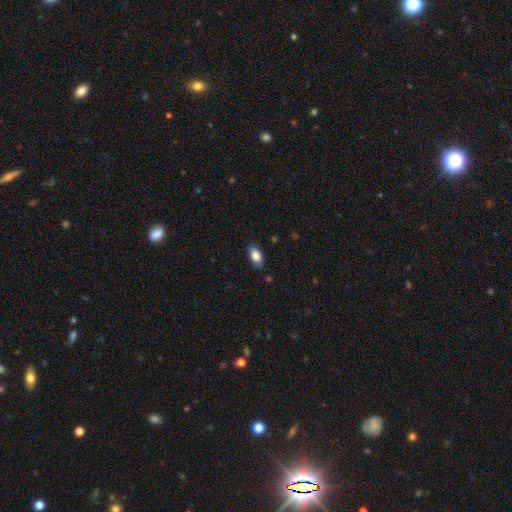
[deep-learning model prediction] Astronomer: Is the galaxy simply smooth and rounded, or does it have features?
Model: smooth — 85%.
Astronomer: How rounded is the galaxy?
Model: in between — 92%.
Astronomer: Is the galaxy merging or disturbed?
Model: none — 83%.